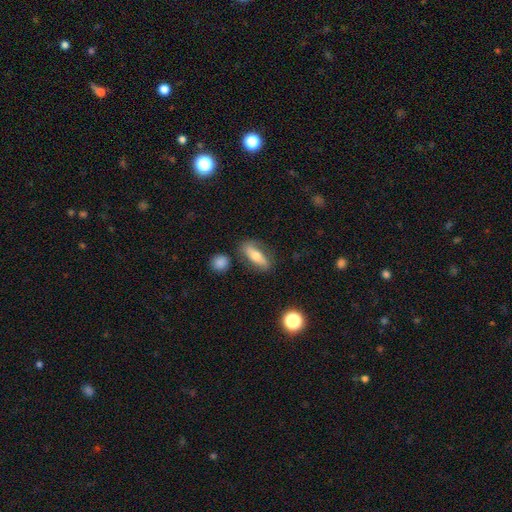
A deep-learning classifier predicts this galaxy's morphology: type=smooth (58%); roundness=in between (55%); merging=none (78%).